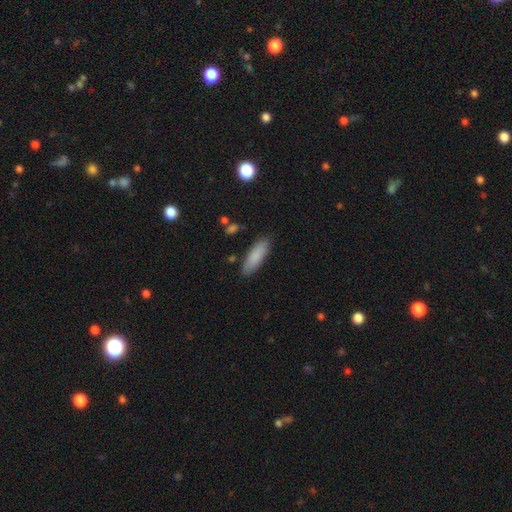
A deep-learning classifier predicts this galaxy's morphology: Overall: smooth (85%). How rounded: cigar-shaped (49%, tied with in between). Merging: none (86%).